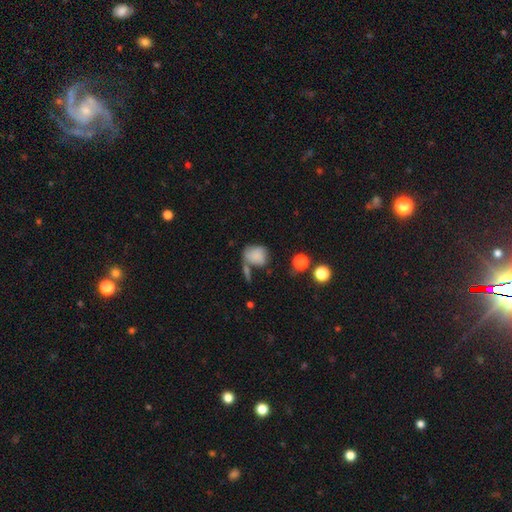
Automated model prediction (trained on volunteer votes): smooth-or-featured: smooth: 78% | featured or disk: 12% | star or artifact: 10%
  how-rounded: round: 53% | in between: 45% | cigar-shaped: 2%
  merging: none: 38% | minor disturbance: 24% | merger: 23% | major disturbance: 15%